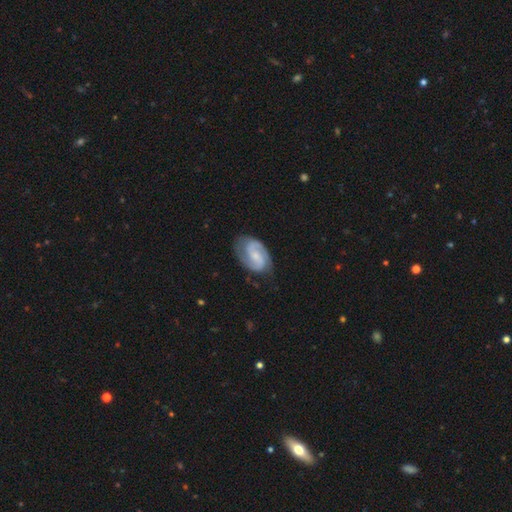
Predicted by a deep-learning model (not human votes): A featured or disk galaxy (79%) with a weak bar (44%), 2 (88%) medium (49%) spiral arms (96%) and a small central bulge (52%). Merging: none (74%).